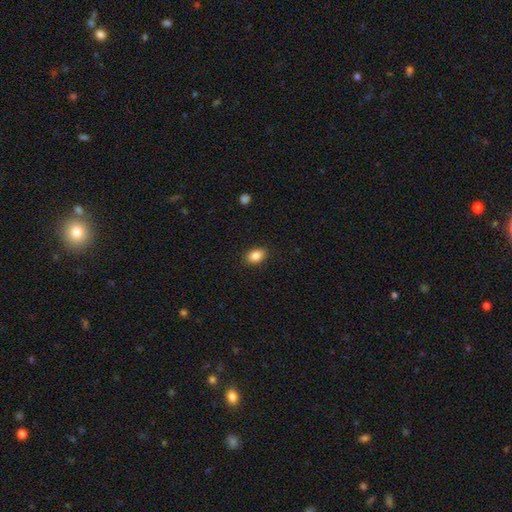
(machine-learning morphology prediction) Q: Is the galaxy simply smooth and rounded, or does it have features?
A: smooth — 86%.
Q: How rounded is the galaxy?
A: in between — 81%.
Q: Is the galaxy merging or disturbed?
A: none — 88%.